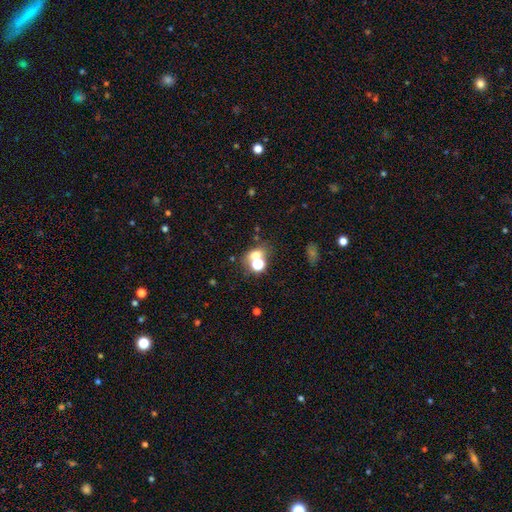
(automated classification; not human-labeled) smooth-or-featured: smooth: 56% | star or artifact: 31% | featured or disk: 13%
  how-rounded: round: 63% | in between: 35% | cigar-shaped: 2%
  merging: none: 52% | merger: 34% | minor disturbance: 9% | major disturbance: 6%